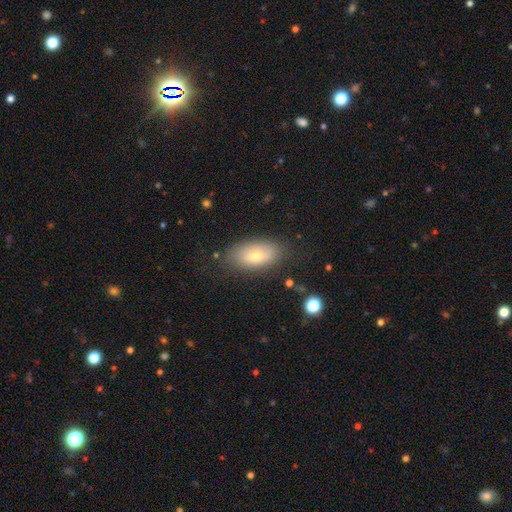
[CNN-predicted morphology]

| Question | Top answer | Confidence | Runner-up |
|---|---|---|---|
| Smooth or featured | smooth | 68% | featured or disk (24%) |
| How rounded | in between | 92% | round (4%) |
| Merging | none | 78% | minor disturbance (16%) |